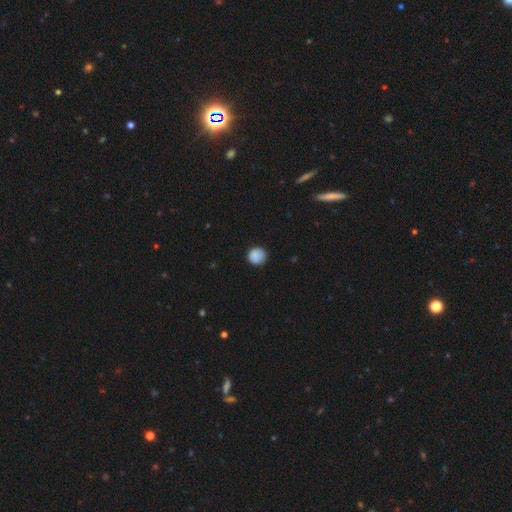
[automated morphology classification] A smooth galaxy with no disk features (88%) that is round (92%).

Vote fractions:
- Smooth or featured? smooth: 88% / star or artifact: 8% / featured or disk: 4%
- How rounded? round: 92% / in between: 7% / cigar-shaped: 1%
- Merging? none: 85% / minor disturbance: 11% / major disturbance: 2% / merger: 1%